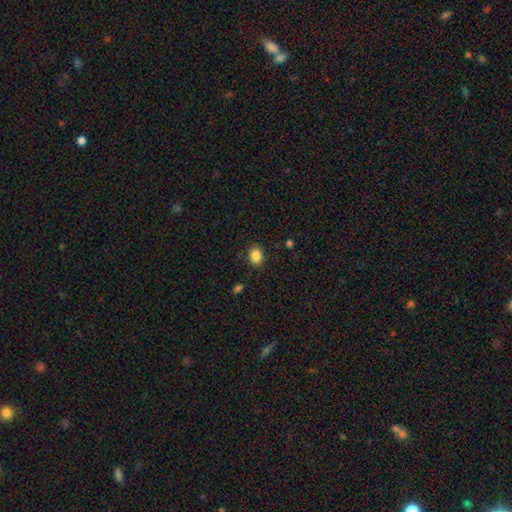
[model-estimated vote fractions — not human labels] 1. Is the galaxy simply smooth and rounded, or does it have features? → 85% smooth, 10% star or artifact, 5% featured or disk.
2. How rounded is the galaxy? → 58% in between, 41% round, 1% cigar-shaped.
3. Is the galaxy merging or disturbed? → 86% none, 10% minor disturbance, 2% major disturbance, 1% merger.